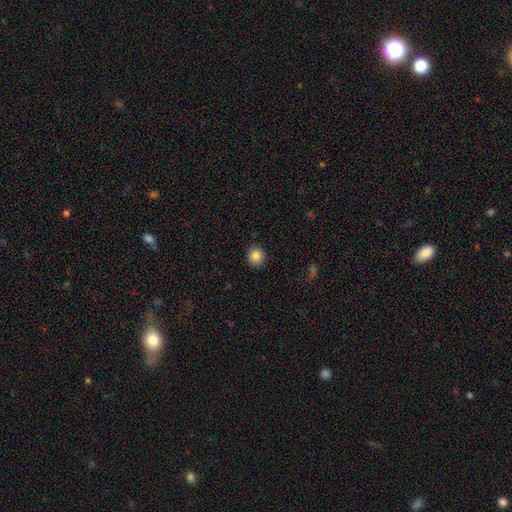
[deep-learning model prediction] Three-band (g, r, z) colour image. It shows a smooth galaxy with no disk features (86%) that is round (91%). Merging: none (92%).